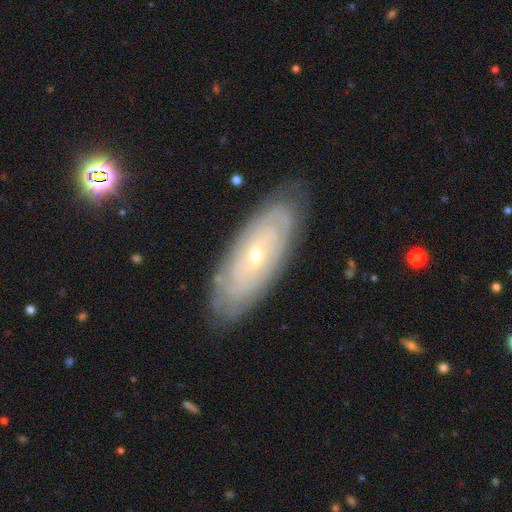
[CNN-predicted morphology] smooth_or_featured: featured or disk (p=0.76) [alt: smooth p=0.17]
disk_edge_on: no (p=0.87) [alt: yes p=0.13]
bar: no (p=0.74) [alt: weak p=0.20]
has_spiral_arms: yes (p=0.84) [alt: no p=0.16]
spiral_winding: tight (p=0.82) [alt: medium p=0.14]
spiral_arm_count: can't tell (p=0.65) [alt: 2 p=0.12]
bulge_size: small (p=0.70) [alt: moderate p=0.27]
merging: none (p=0.83) [alt: minor disturbance p=0.13]